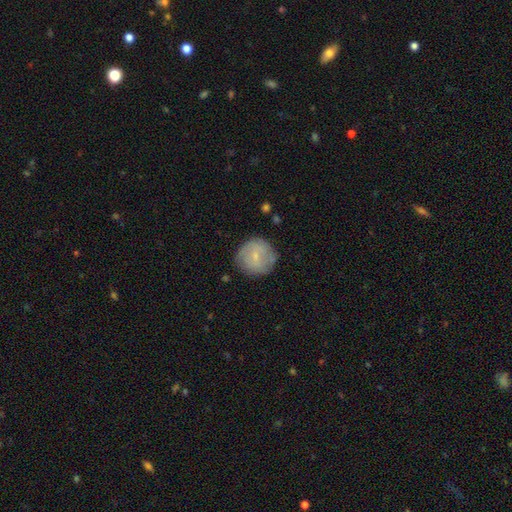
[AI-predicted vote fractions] Smooth or featured?
  - smooth: 58% *
  - featured or disk: 35%
  - star or artifact: 7%
How rounded?
  - round: 91% *
  - in between: 8%
  - cigar-shaped: 1%
Merging?
  - none: 76% *
  - minor disturbance: 17%
  - major disturbance: 5%
  - merger: 2%